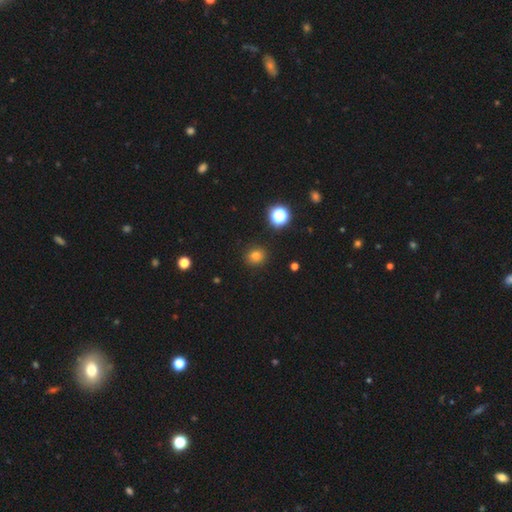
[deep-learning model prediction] Smooth or featured?
  - smooth: 77% *
  - star or artifact: 17%
  - featured or disk: 6%
How rounded?
  - round: 76% *
  - in between: 23%
  - cigar-shaped: 1%
Merging?
  - none: 89% *
  - minor disturbance: 7%
  - major disturbance: 2%
  - merger: 2%